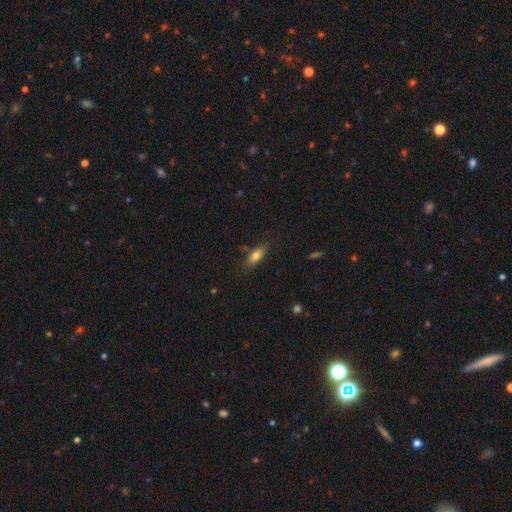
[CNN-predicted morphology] smooth_or_featured: smooth (p=0.77) [alt: featured or disk p=0.15]
how_rounded: in between (p=0.77) [alt: cigar-shaped p=0.19]
merging: none (p=0.77) [alt: minor disturbance p=0.15]